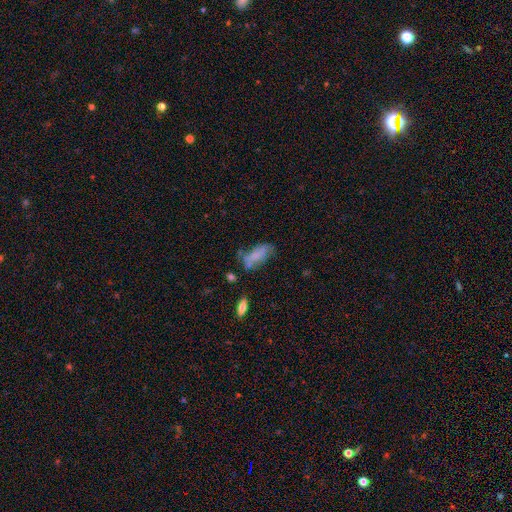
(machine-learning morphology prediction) Smooth or featured: smooth — 65% (featured or disk — 25%)
How rounded: in between — 80% (cigar-shaped — 17%)
Merging: none — 44% (minor disturbance — 30%)